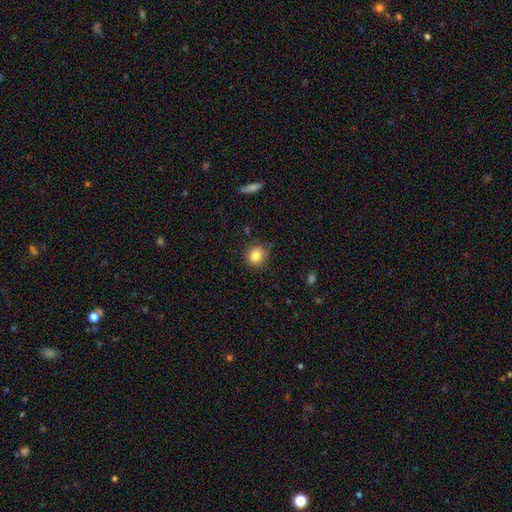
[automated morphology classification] Smooth or featured: smooth — 82% (star or artifact — 10%)
How rounded: round — 88% (in between — 11%)
Merging: none — 78% (minor disturbance — 17%)